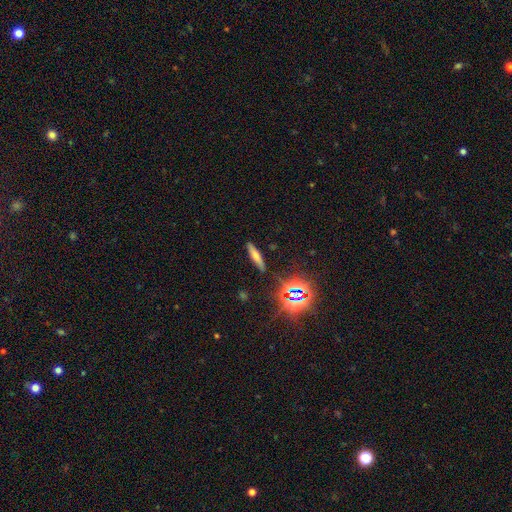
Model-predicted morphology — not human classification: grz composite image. It shows a smooth galaxy with no disk features (55%) that is cigar-shaped (82%). Merging: none (86%).